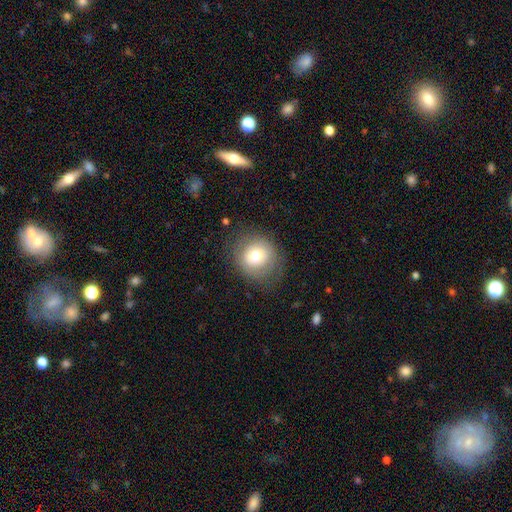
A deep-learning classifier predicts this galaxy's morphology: type=smooth (68%); roundness=round (82%); merging=none (76%).